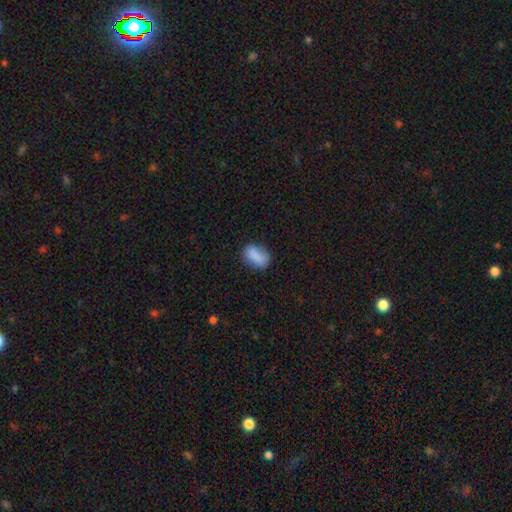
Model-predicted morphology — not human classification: Smooth or featured?
  - smooth: 84% *
  - star or artifact: 8%
  - featured or disk: 8%
How rounded?
  - in between: 85% *
  - round: 13%
  - cigar-shaped: 2%
Merging?
  - none: 67% *
  - minor disturbance: 24%
  - major disturbance: 7%
  - merger: 3%